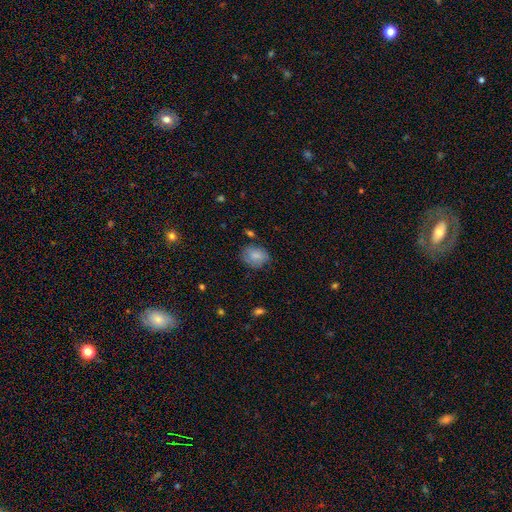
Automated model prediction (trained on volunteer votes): smooth 78%, featured or disk 14%, star or artifact 8%. Down the decision tree: how rounded — in between (52%); merging — none (67%).